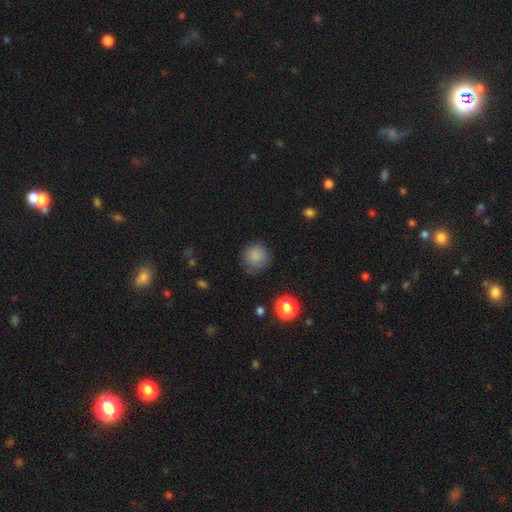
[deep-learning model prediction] Smooth or featured: smooth — 84% (star or artifact — 10%)
How rounded: round — 92% (in between — 7%)
Merging: none — 73% (minor disturbance — 19%)